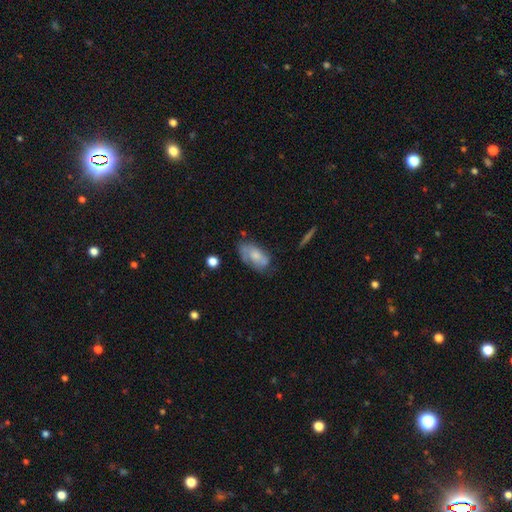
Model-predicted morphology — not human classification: A smooth galaxy with no disk features (56%) that is in between round and cigar-shaped (90%).

Vote fractions:
- Smooth or featured? smooth: 56% / featured or disk: 36% / star or artifact: 8%
- How rounded? in between: 90% / cigar-shaped: 5% / round: 4%
- Merging? none: 52% / minor disturbance: 31% / major disturbance: 13% / merger: 4%